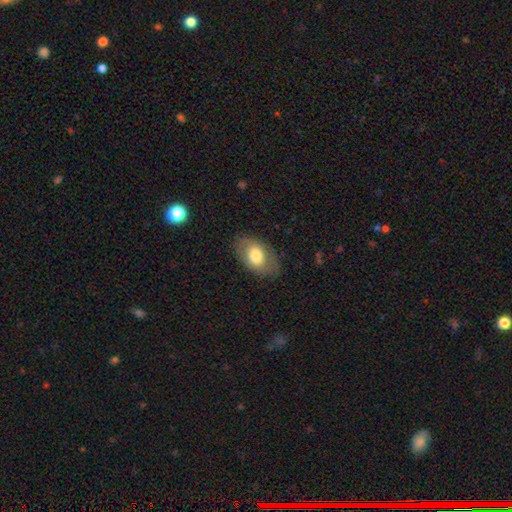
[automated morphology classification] Smooth or featured?
  - smooth: 71% *
  - featured or disk: 23%
  - star or artifact: 7%
How rounded?
  - in between: 90% *
  - round: 9%
  - cigar-shaped: 1%
Merging?
  - none: 79% *
  - minor disturbance: 15%
  - major disturbance: 5%
  - merger: 1%